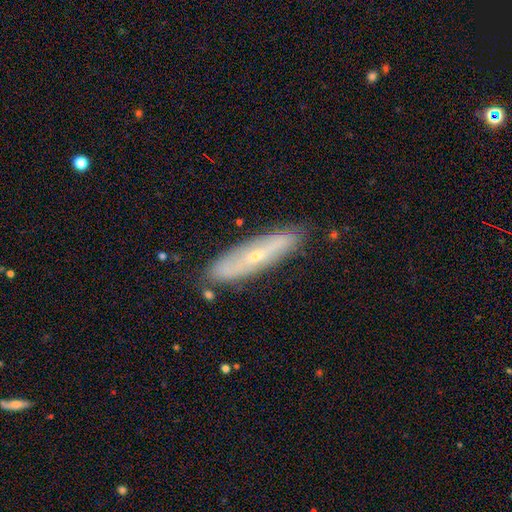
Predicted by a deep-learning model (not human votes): Morphology: type=featured or disk (63%); edge-on=yes (50%, tied with no); merging=none (84%).